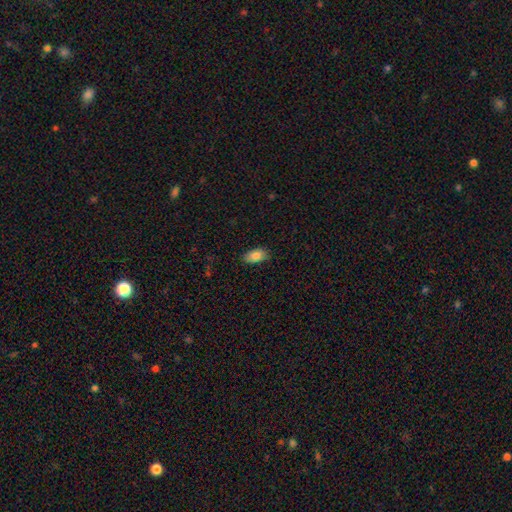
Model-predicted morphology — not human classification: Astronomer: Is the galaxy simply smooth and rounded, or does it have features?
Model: smooth — 84%.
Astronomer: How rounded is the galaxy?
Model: in between — 93%.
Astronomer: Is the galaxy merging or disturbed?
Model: none — 81%.